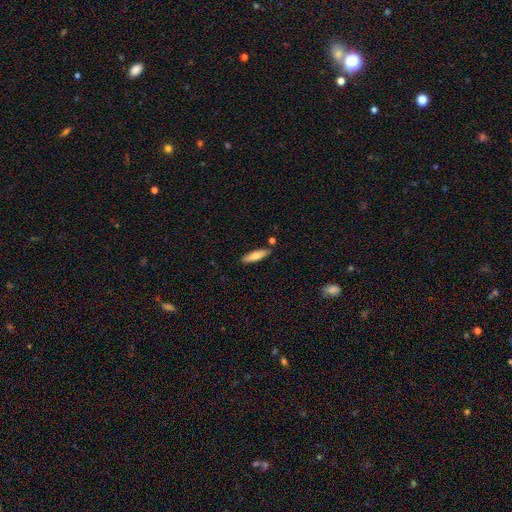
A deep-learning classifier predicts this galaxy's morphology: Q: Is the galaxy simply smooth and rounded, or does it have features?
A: smooth — 70%.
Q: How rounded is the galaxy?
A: cigar-shaped — 64%.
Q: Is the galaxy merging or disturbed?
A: none — 84%.